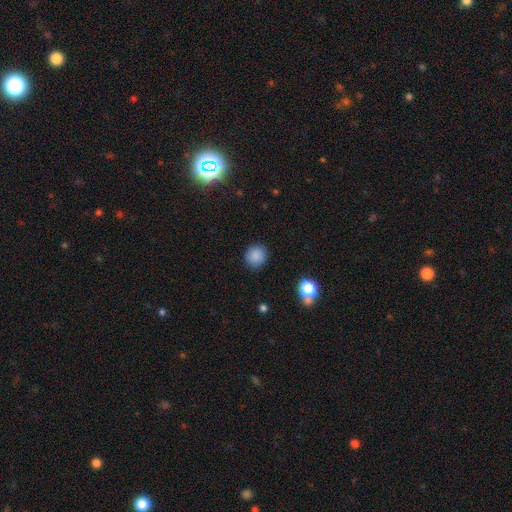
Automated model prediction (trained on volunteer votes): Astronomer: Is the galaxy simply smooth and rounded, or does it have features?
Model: smooth — 87%.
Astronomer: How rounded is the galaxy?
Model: round — 88%.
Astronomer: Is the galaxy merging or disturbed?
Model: none — 89%.